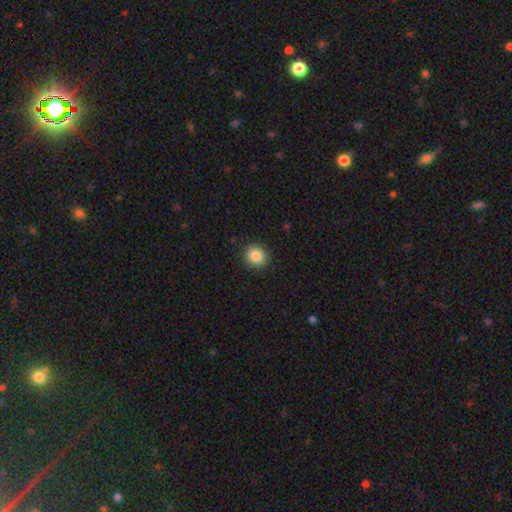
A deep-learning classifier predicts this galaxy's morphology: smooth_or_featured: smooth (p=0.86) [alt: star or artifact p=0.09]
how_rounded: round (p=0.86) [alt: in between p=0.13]
merging: none (p=0.91) [alt: minor disturbance p=0.06]